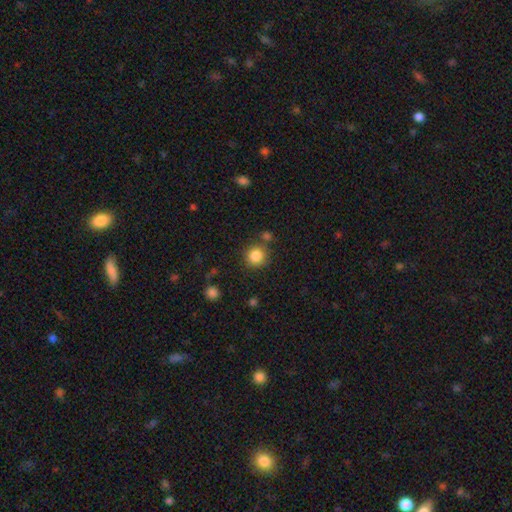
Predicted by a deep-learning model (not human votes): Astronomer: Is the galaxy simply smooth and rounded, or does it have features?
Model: smooth — 86%.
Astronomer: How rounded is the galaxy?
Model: round — 91%.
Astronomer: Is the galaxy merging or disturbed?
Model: none — 81%.